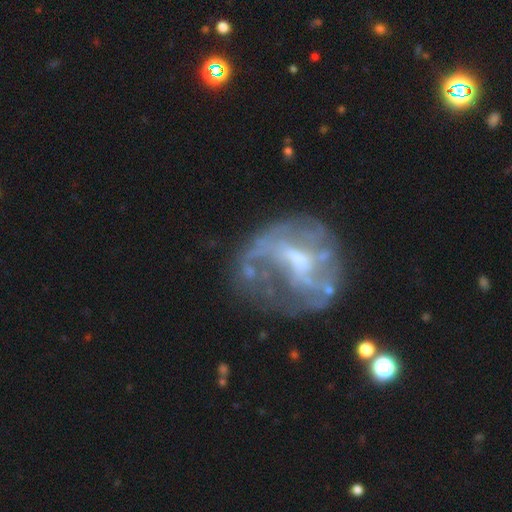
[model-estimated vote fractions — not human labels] Overall: featured or disk (70%). Edge-on disk: no (97%). Bar: no (42%; weak 41%). Spiral arms: no (60%; yes 40%). Bulge size: small (43%; moderate 36%). Merging: none (46%; major disturbance 28%).